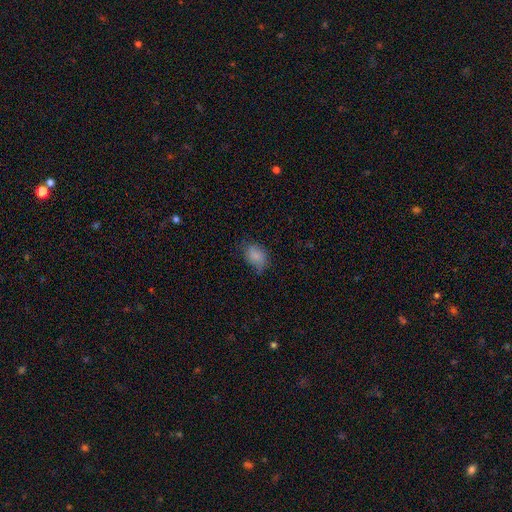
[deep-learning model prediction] Morphology: type=smooth (81%); roundness=in between (76%); merging=none (58%).